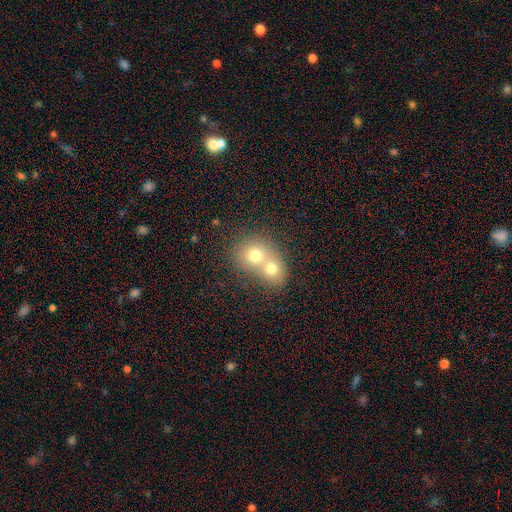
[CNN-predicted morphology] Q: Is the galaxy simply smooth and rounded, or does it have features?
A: smooth — 69%.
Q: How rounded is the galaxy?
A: round — 71%.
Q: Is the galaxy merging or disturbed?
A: merger — 72%.